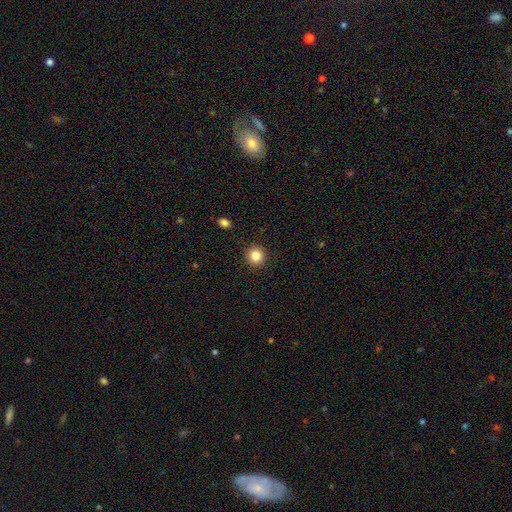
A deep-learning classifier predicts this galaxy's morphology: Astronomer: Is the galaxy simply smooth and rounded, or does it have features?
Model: smooth — 85%.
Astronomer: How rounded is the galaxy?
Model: round — 93%.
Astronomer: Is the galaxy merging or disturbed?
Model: none — 92%.